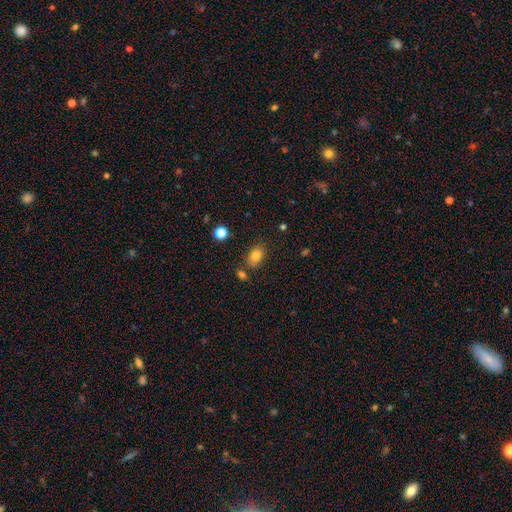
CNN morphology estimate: Smooth or featured? Predicted: smooth (p=0.80). How rounded? Predicted: in between (p=0.79). Merging? Predicted: none (p=0.74).